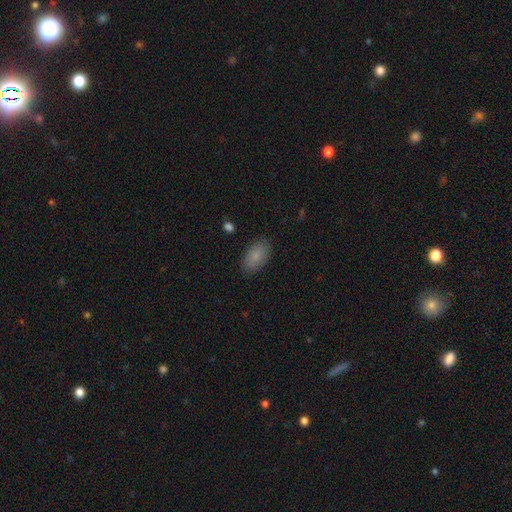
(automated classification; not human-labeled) This is clearly a smooth galaxy (85%). How rounded: clearly in between (93%). Merging: clearly none (86%).